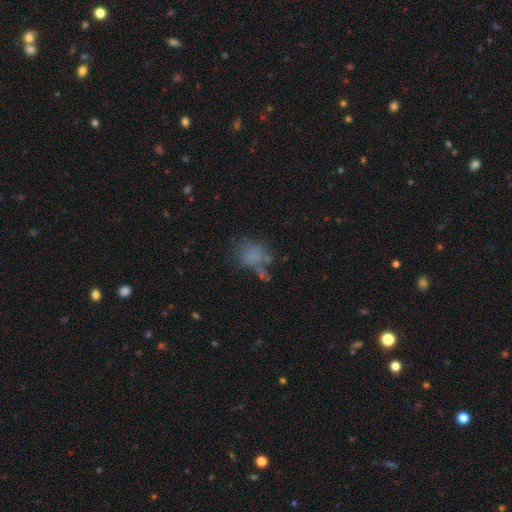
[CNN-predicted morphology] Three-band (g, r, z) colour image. It shows a smooth galaxy with no disk features (58%) that is in between round and cigar-shaped (61%). Merging: none (40%).